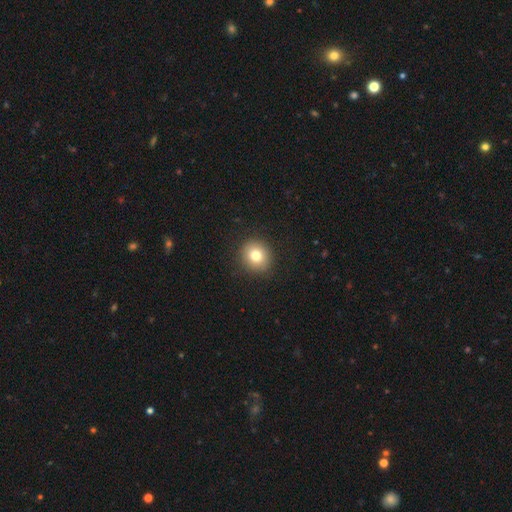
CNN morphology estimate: A smooth galaxy with no disk features (80%) that is round (85%). Merging: none (90%).